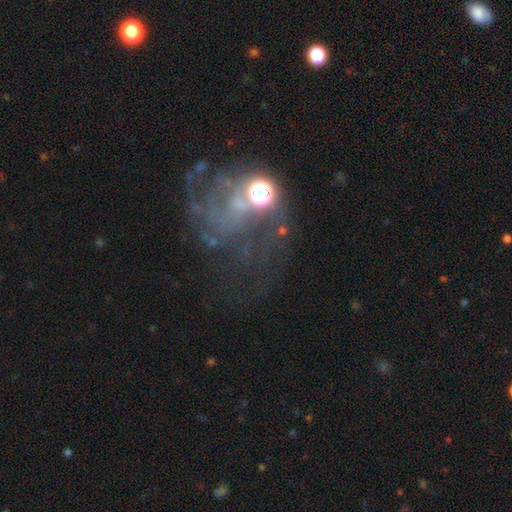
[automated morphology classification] A featured or disk galaxy (51%).

Vote fractions:
- Smooth or featured? featured or disk: 51% / star or artifact: 31% / smooth: 19%
- Edge-on disk? no: 97% / yes: 3%
- Merging? none: 39% / major disturbance: 38% / minor disturbance: 15% / merger: 8%